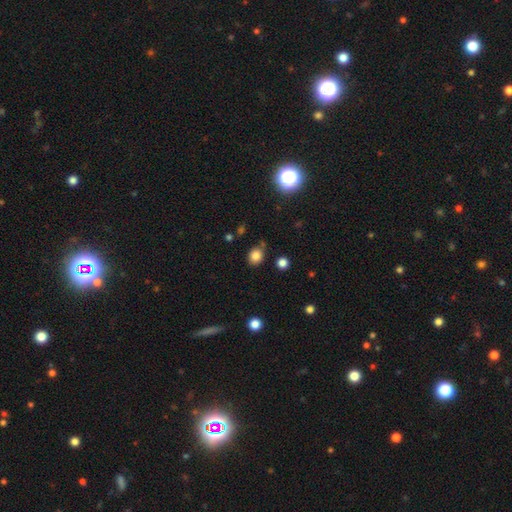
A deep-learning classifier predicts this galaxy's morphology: smooth_or_featured: smooth (p=0.82) [alt: star or artifact p=0.13]
how_rounded: round (p=0.71) [alt: in between p=0.28]
merging: none (p=0.77) [alt: minor disturbance p=0.14]